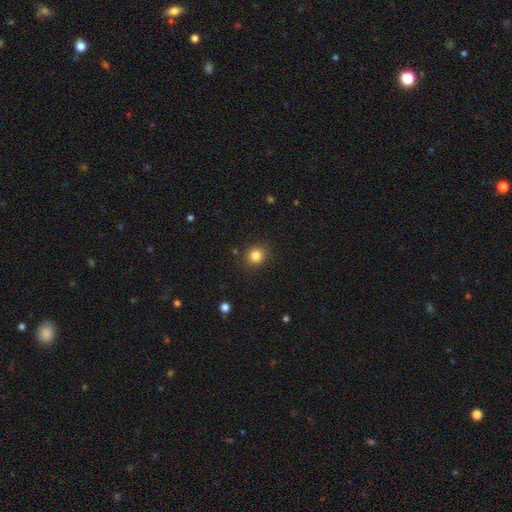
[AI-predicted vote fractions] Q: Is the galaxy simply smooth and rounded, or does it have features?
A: smooth — 83%.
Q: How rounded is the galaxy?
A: round — 85%.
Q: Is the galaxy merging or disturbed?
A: none — 88%.